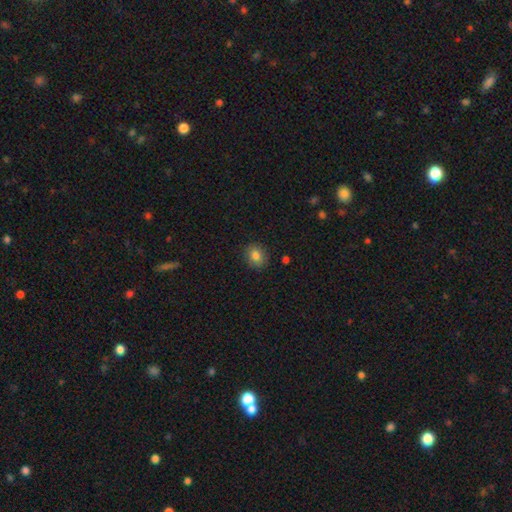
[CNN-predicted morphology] The model was most divided on "how rounded": round: 60%, in between: 39%, cigar-shaped: 1%. More confident: merging — none (88%); smooth or featured — smooth (83%).